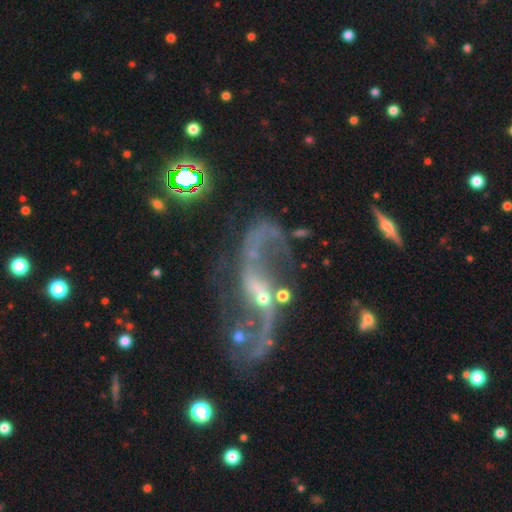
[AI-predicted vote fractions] Morphology: type=featured or disk (87%); edge-on=no (95%); bar=weak (42%); spiral arms=yes (93%); winding=loose (85%); arm count=2 (91%); bulge=small (69%); merging=none (53%).